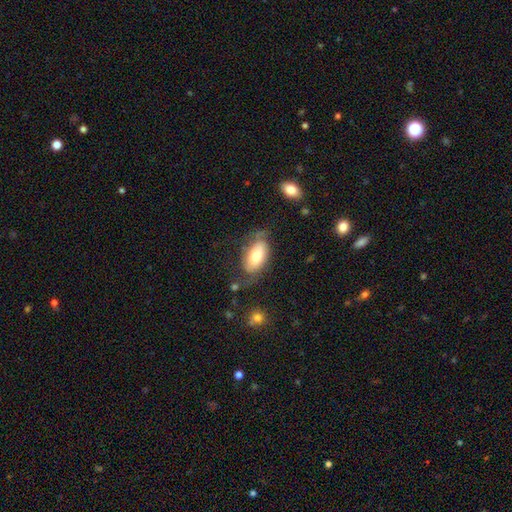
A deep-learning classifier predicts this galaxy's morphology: This appears to be a smooth galaxy with no disk features (65%) that is in between round and cigar-shaped (92%). Merging: none (55%).